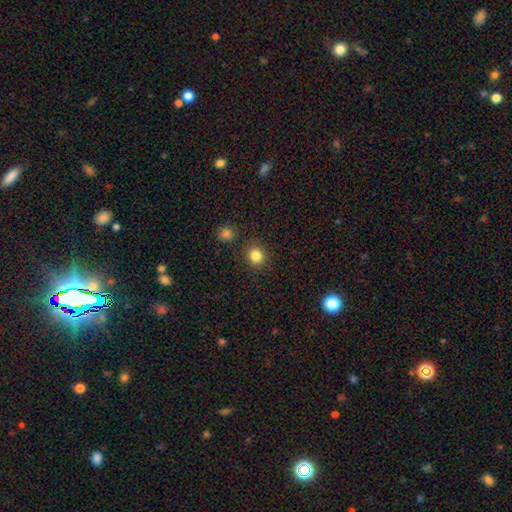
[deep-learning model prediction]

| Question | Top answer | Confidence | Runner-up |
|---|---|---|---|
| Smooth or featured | smooth | 83% | star or artifact (12%) |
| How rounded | round | 80% | in between (20%) |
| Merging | none | 87% | minor disturbance (7%) |